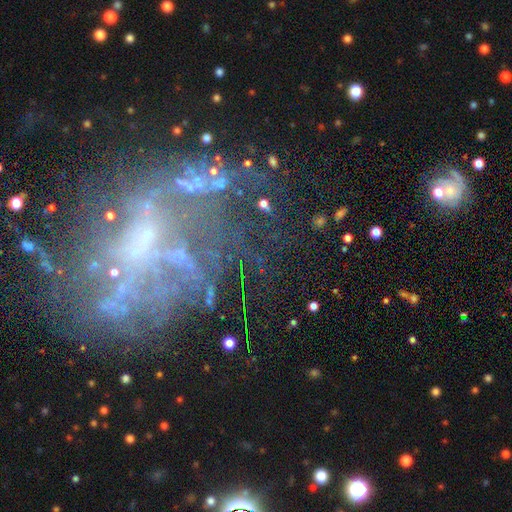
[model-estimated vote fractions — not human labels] Morphology: type=featured or disk (58%); edge-on=no (95%); bar=no (77%); spiral arms=no (72%); bulge=none (61%); merging=none (48%).